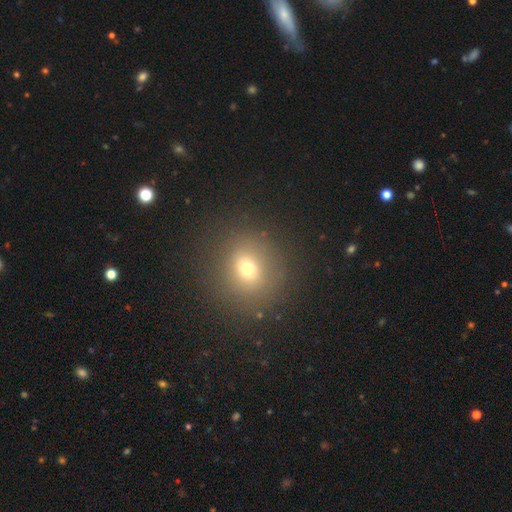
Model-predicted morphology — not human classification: This appears to be a smooth galaxy with no disk features (65%) that is round (83%). Merging: none (90%).